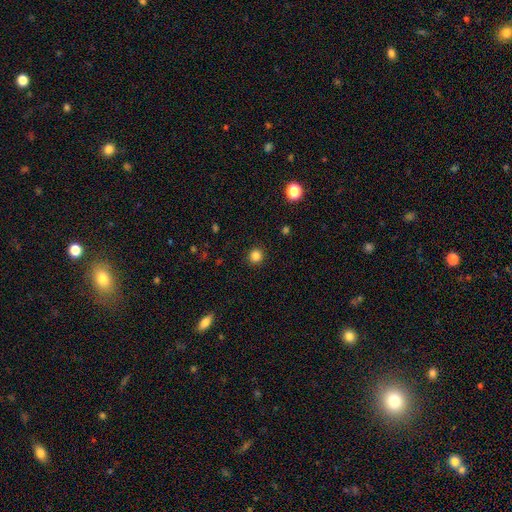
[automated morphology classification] A smooth galaxy with no disk features (84%) that is round (94%).

Vote fractions:
- Smooth or featured? smooth: 84% / star or artifact: 12% / featured or disk: 4%
- How rounded? round: 94% / in between: 5% / cigar-shaped: 1%
- Merging? none: 92% / minor disturbance: 5% / major disturbance: 2% / merger: 1%